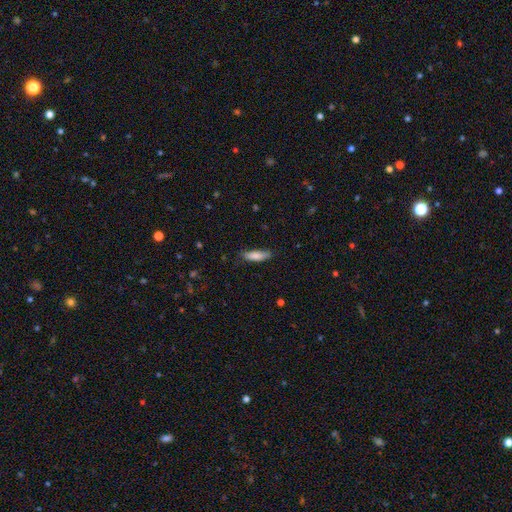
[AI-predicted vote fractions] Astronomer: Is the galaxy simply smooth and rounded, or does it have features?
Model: smooth — 81%.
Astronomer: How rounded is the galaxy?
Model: cigar-shaped — 56% (runner-up: in between, 42%).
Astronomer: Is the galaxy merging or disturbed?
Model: none — 78%.